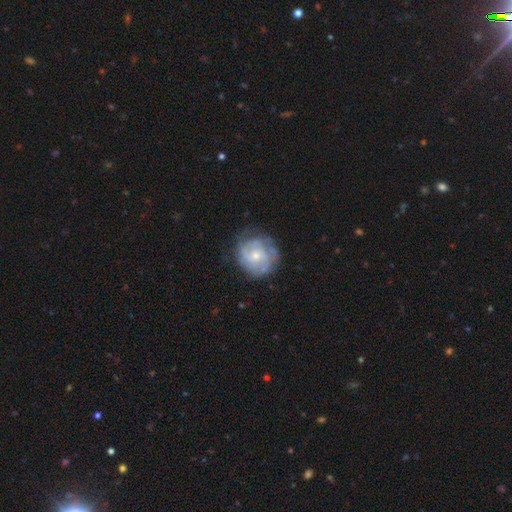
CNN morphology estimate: Q: Smooth or featured?
A: featured or disk (72%); runner-up: smooth (21%)
Q: Edge-on disk?
A: no (98%); runner-up: yes (2%)
Q: Bar?
A: no (71%); runner-up: weak (25%)
Q: Spiral arms?
A: yes (86%); runner-up: no (14%)
Q: Spiral winding?
A: tight (54%); runner-up: medium (35%)
Q: Spiral arm count?
A: can't tell (39%); runner-up: 2 (24%)
Q: Bulge size?
A: small (60%); runner-up: moderate (35%)
Q: Merging?
A: none (70%); runner-up: minor disturbance (19%)